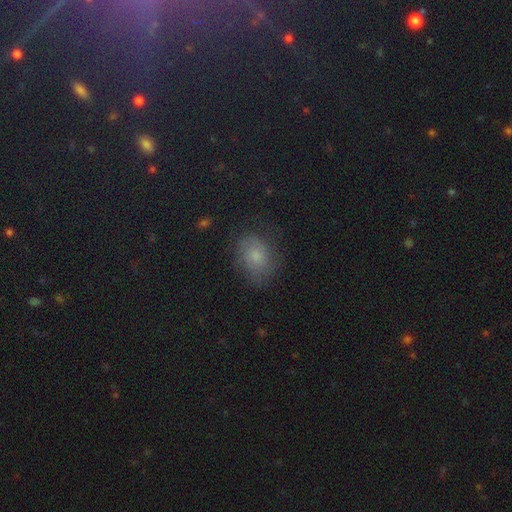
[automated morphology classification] Smooth or featured: smooth — 62% (featured or disk — 23%)
How rounded: in between — 65% (round — 34%)
Merging: none — 68% (minor disturbance — 21%)